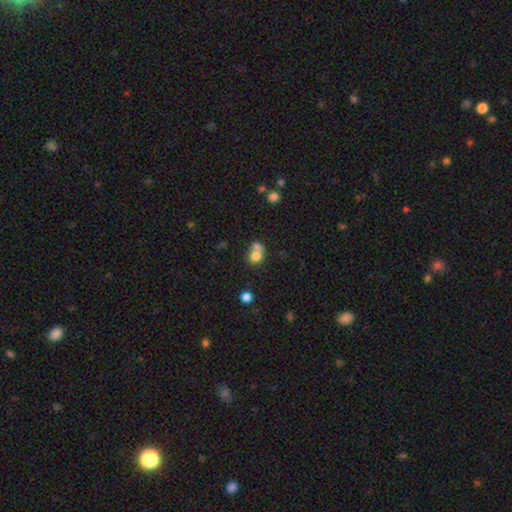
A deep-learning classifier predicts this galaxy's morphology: This is likely a smooth galaxy (74%). How rounded: likely round (71%). Merging: possibly merger (58%).